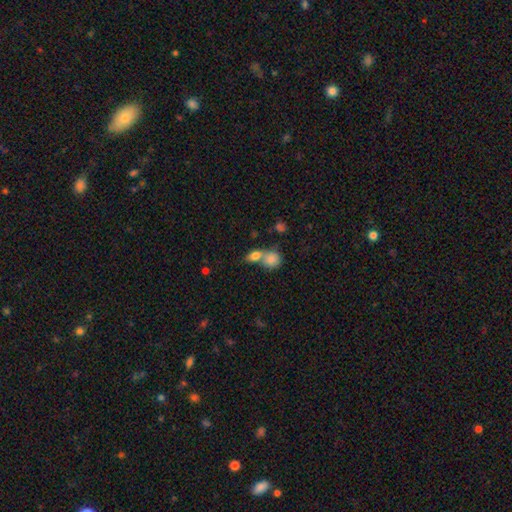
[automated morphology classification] A smooth galaxy with no disk features (80%) that is in between round and cigar-shaped (63%). Merging: merger (57%).